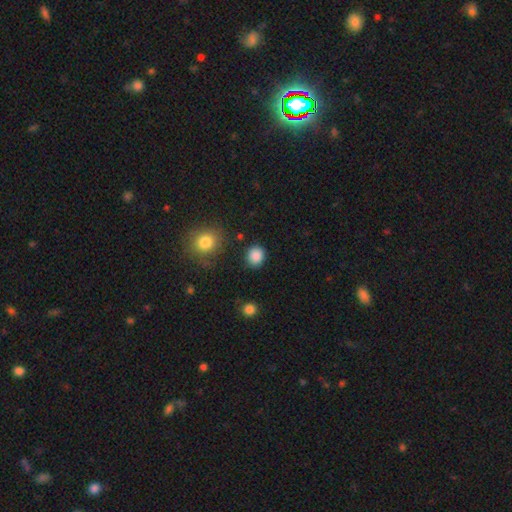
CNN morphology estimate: Smooth or featured? smooth (87%)
How rounded? round (80%)
Merging? none (86%)